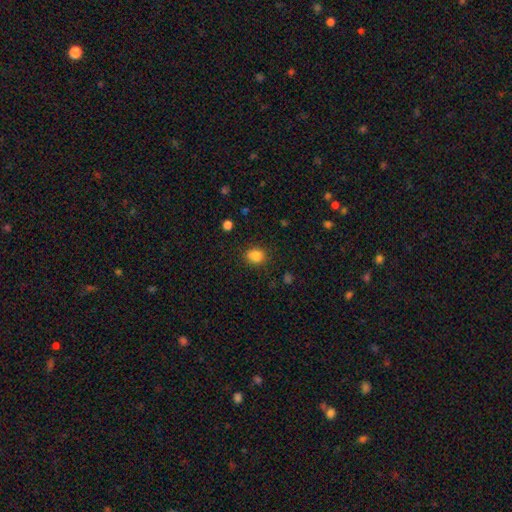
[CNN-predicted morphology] The model was most divided on "how rounded": round: 61%, in between: 39%, cigar-shaped: 1%. More confident: merging — none (86%); smooth or featured — smooth (85%).